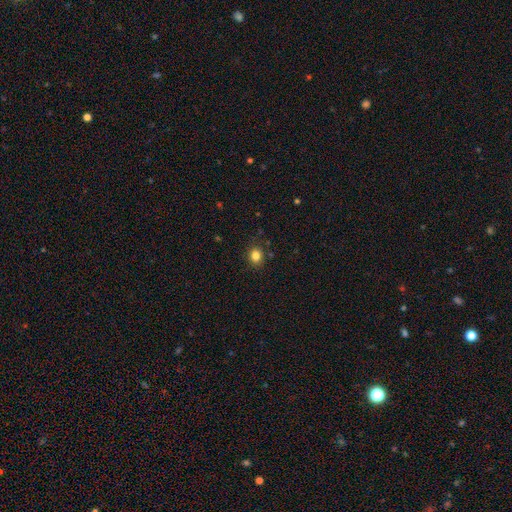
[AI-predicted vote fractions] Smooth or featured? Predicted: smooth (p=0.83). How rounded? Predicted: round (p=0.67). Merging? Predicted: none (p=0.87).